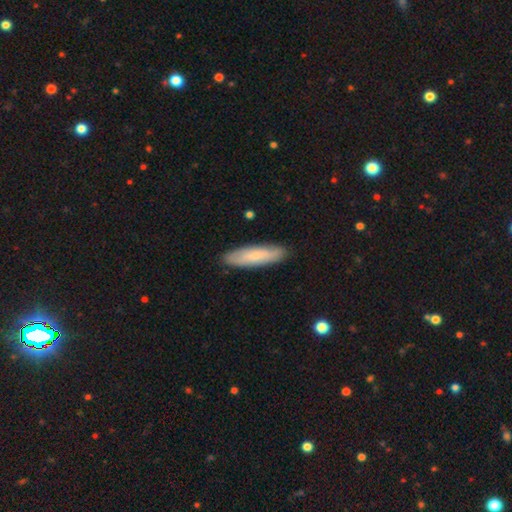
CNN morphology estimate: A smooth galaxy with no disk features (72%) that is cigar-shaped (70%). Merging: none (88%).